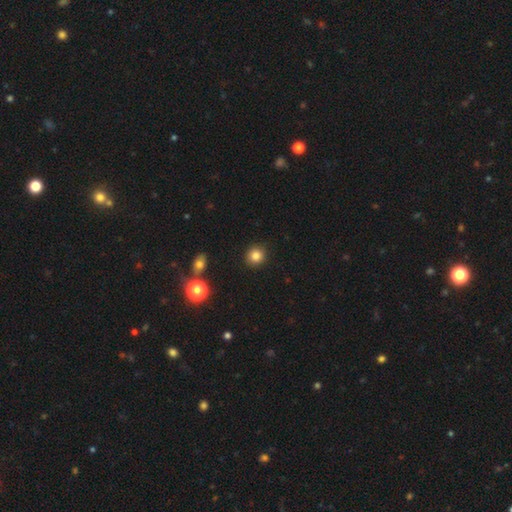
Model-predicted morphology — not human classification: type=smooth (84%); roundness=round (89%); merging=none (90%).